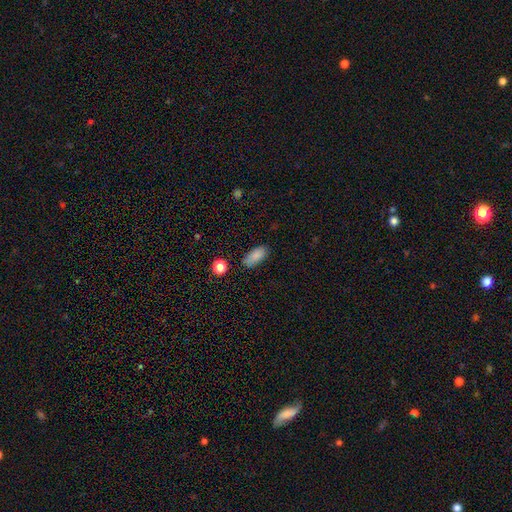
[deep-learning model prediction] This is clearly a smooth galaxy (85%). How rounded: clearly in between (85%). Merging: likely none (79%).